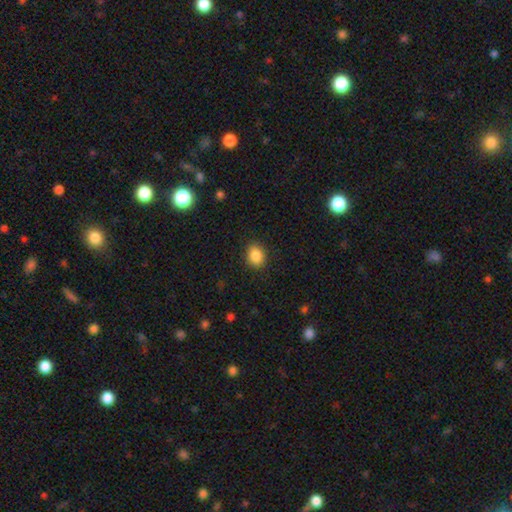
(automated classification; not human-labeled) Overall: smooth (87%). How rounded: in between (58%; round 41%). Merging: none (88%).